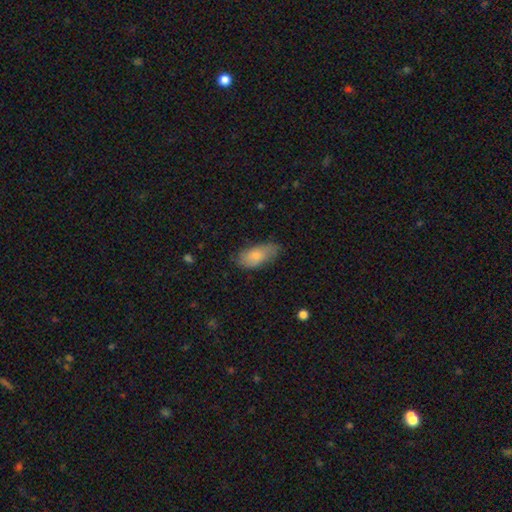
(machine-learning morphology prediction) Smooth or featured?
  - smooth: 75% *
  - featured or disk: 18%
  - star or artifact: 6%
How rounded?
  - in between: 90% *
  - cigar-shaped: 8%
  - round: 3%
Merging?
  - none: 66% *
  - minor disturbance: 26%
  - major disturbance: 6%
  - merger: 1%